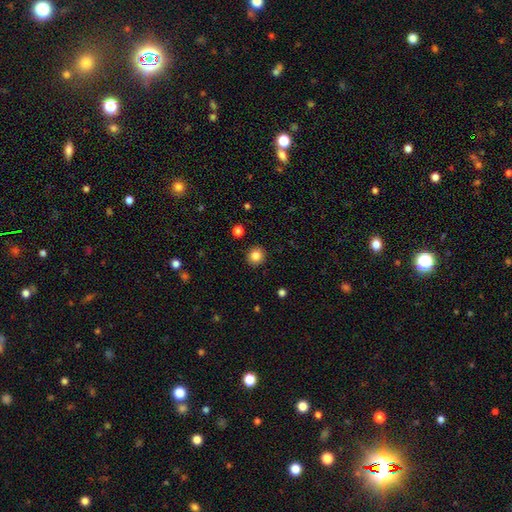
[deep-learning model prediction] A smooth galaxy with no disk features (84%) that is round (92%). Merging: none (92%).